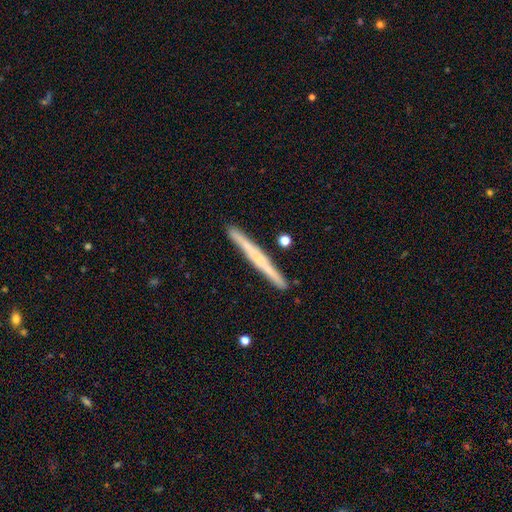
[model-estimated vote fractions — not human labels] The model was most divided on "smooth or featured": featured or disk: 53%, smooth: 41%, star or artifact: 6%. More confident: edge-on disk — yes (96%); merging — none (90%); edge-on bulge — none (69%).